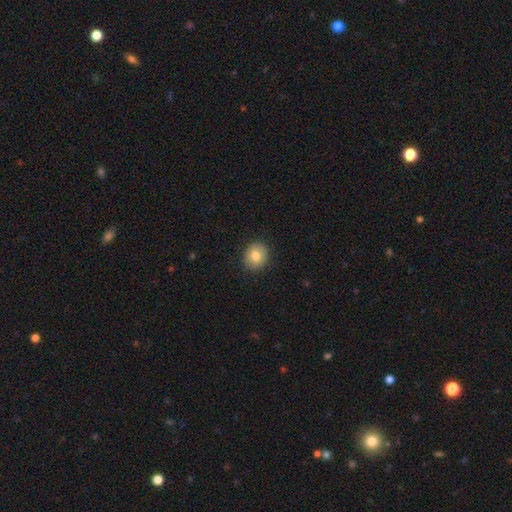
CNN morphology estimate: This is likely a smooth galaxy (78%). How rounded: likely round (77%). Merging: clearly none (88%).